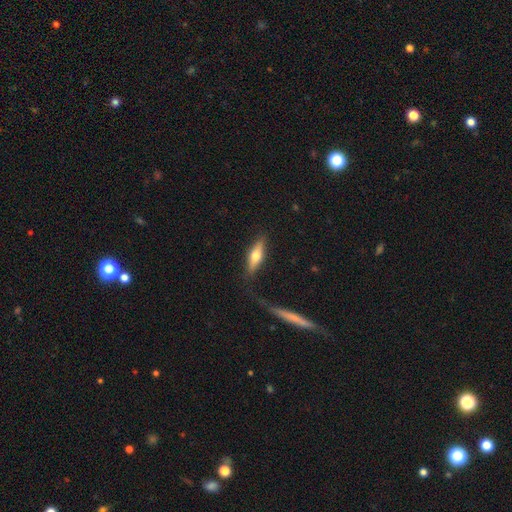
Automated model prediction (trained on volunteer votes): This appears to be a smooth galaxy with no disk features (51%) that is cigar-shaped (57%). Merging: none (78%).